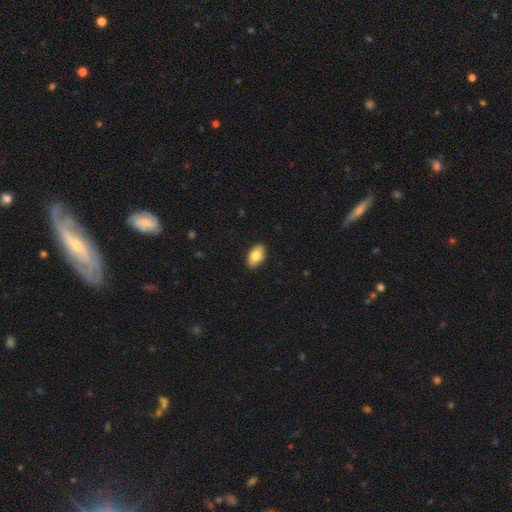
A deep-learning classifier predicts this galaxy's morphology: This is likely a smooth galaxy (79%). How rounded: clearly in between (93%). Merging: clearly none (88%).